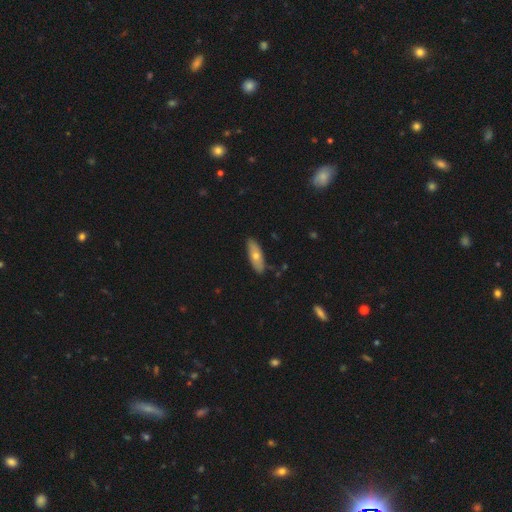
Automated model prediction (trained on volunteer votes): Overall: smooth (62%; featured or disk 32%). How rounded: in between (58%; cigar-shaped 40%). Merging: none (86%).